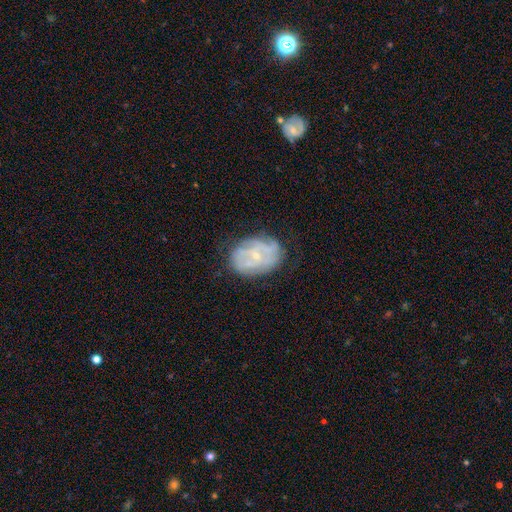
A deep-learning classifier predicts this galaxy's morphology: A featured or disk galaxy (65%) with no bar (69%), spiral arms (65%) and a small central bulge (73%). Merging: none (66%).